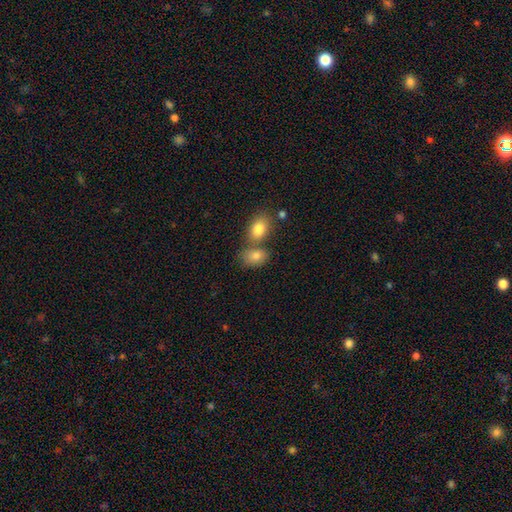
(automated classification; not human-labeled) This is clearly a smooth galaxy (81%). How rounded: likely in between (80%). Merging: marginally none (44%).